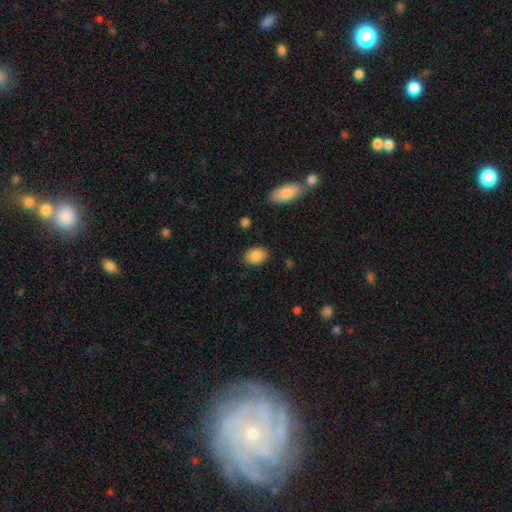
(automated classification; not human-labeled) smooth 88%, star or artifact 8%, featured or disk 5%. Down the decision tree: how rounded — in between (80%); merging — none (86%).